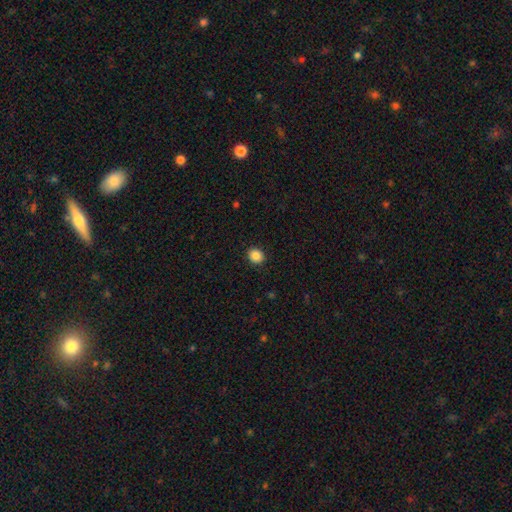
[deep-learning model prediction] A smooth galaxy with no disk features (87%) that is round (80%).

Vote fractions:
- Smooth or featured? smooth: 87% / star or artifact: 10% / featured or disk: 4%
- How rounded? round: 80% / in between: 19% / cigar-shaped: 1%
- Merging? none: 92% / minor disturbance: 5% / major disturbance: 2% / merger: 1%